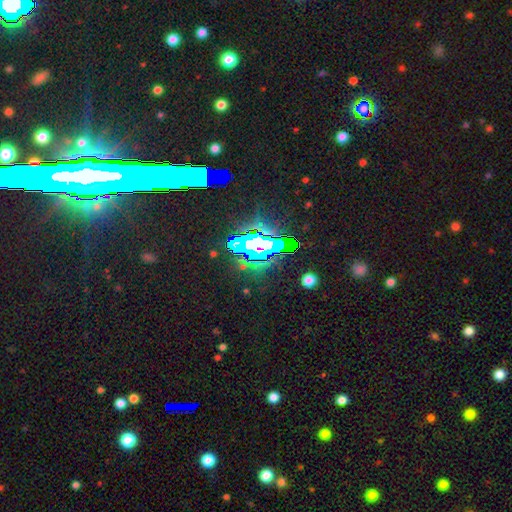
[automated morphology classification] The model was most divided on "smooth or featured": star or artifact: 70%, smooth: 15%, featured or disk: 15%.